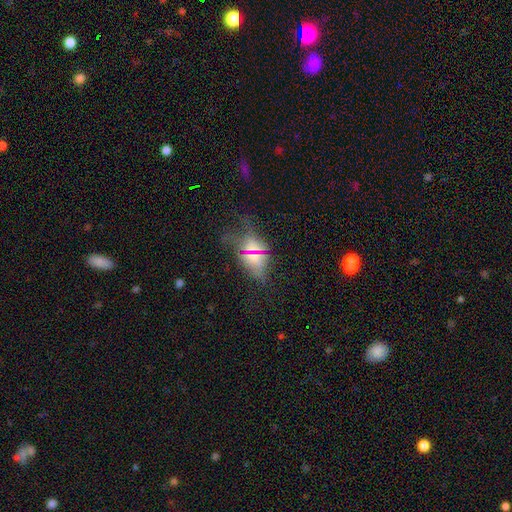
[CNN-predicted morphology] Overall: smooth (48%; star or artifact 32%). Merging: none (59%; minor disturbance 21%).